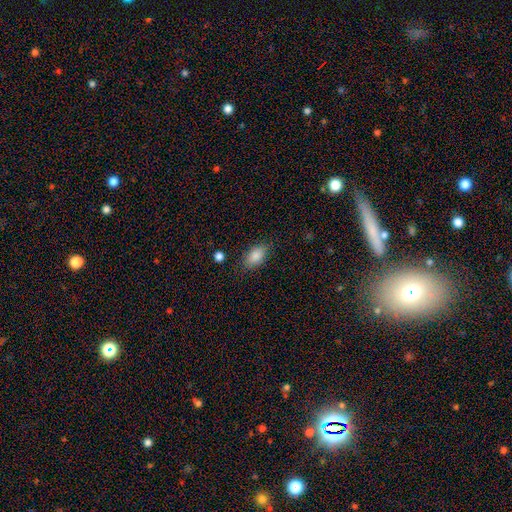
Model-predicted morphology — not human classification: type=smooth (86%); roundness=in between (89%); merging=none (81%).